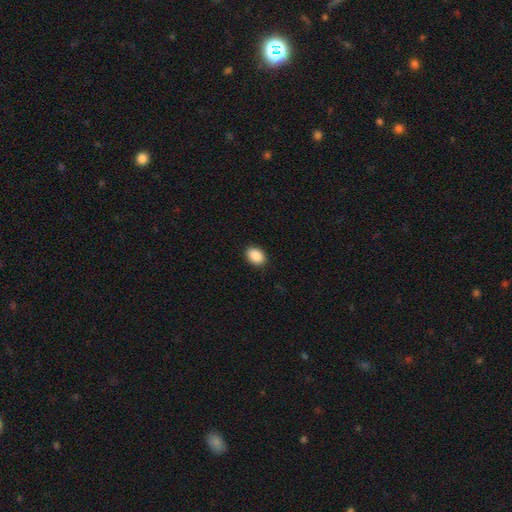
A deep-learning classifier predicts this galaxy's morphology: This is clearly a smooth galaxy (90%). How rounded: likely in between (79%). Merging: clearly none (89%).